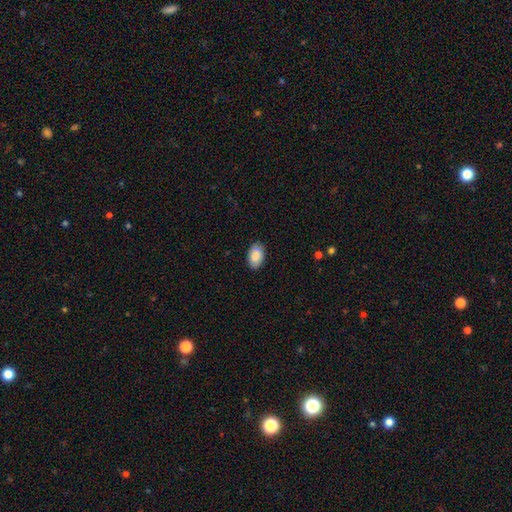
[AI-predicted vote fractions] Smooth or featured? Predicted: smooth (p=0.85). How rounded? Predicted: in between (p=0.93). Merging? Predicted: none (p=0.88).